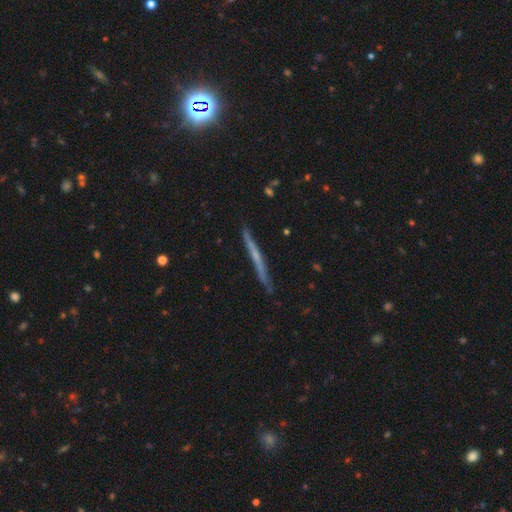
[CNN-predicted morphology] A featured or disk galaxy (58%) viewed edge-on (96%) with no central bulge (74%). Merging: none (86%).